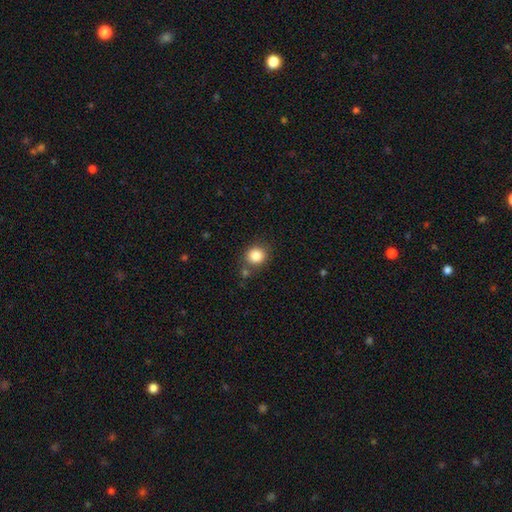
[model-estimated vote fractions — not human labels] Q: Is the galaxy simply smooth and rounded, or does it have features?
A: smooth — 84%.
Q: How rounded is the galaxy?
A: round — 86%.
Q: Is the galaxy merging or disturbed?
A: none — 77%.